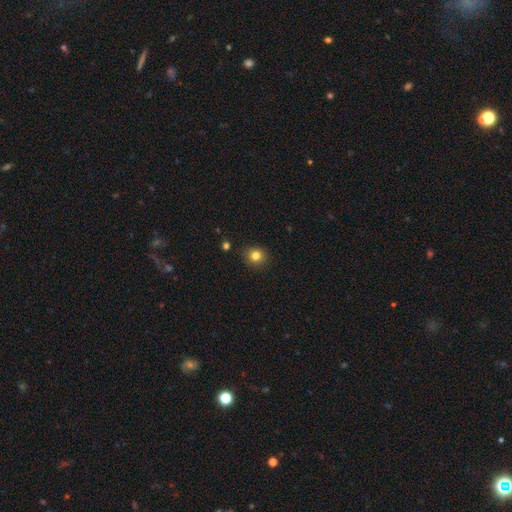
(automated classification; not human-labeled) Smooth or featured? smooth (81%)
How rounded? round (85%)
Merging? none (89%)